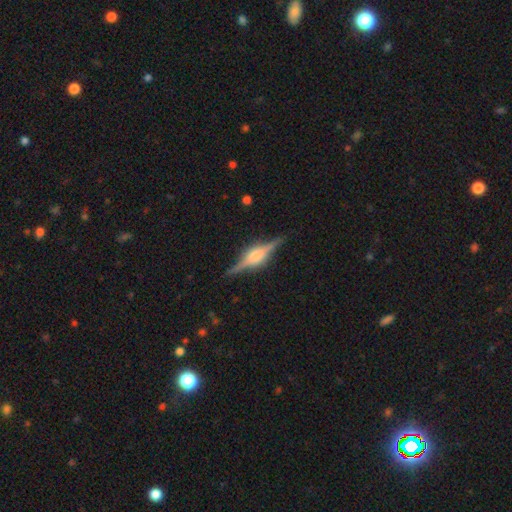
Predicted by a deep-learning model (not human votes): A featured or disk galaxy (84%) viewed edge-on (98%) with a rounded central bulge (76%). Merging: none (87%).